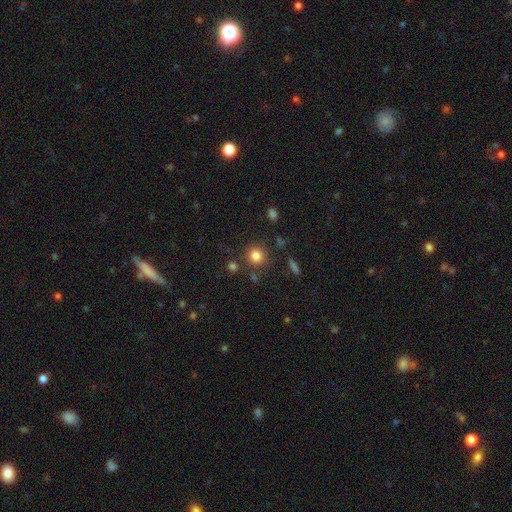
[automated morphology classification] A smooth galaxy with no disk features (81%) that is round (90%).

Vote fractions:
- Smooth or featured? smooth: 81% / star or artifact: 12% / featured or disk: 6%
- How rounded? round: 90% / in between: 9% / cigar-shaped: 1%
- Merging? none: 81% / minor disturbance: 9% / merger: 6% / major disturbance: 4%